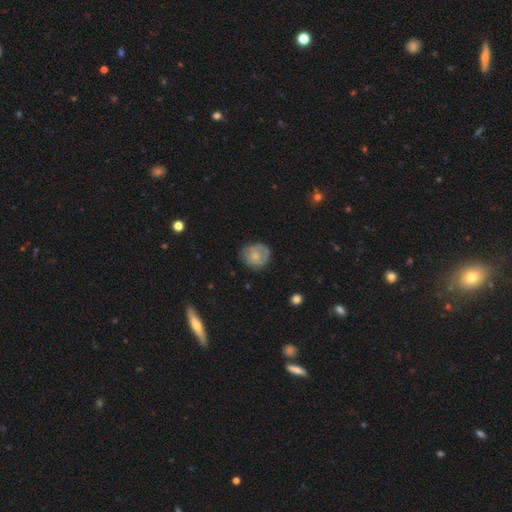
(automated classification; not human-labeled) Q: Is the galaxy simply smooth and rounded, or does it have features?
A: smooth — 63%.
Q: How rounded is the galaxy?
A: round — 81%.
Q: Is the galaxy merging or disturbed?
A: none — 68%.